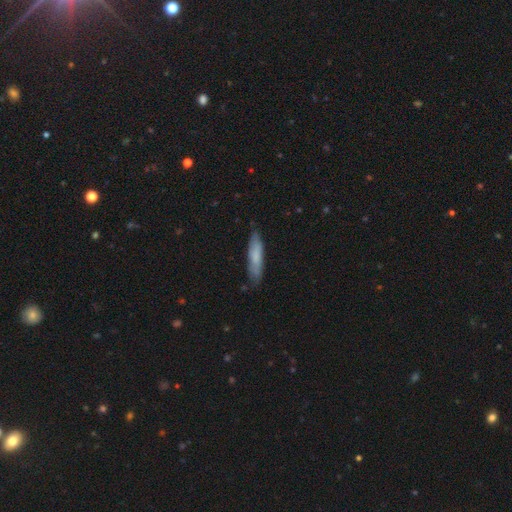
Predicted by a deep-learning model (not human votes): Overall: smooth (74%). How rounded: cigar-shaped (78%). Merging: none (78%).